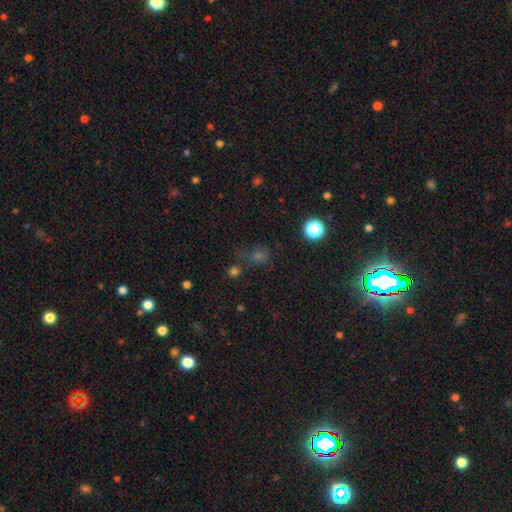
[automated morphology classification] smooth_or_featured: star or artifact (p=0.48) [alt: smooth p=0.42]